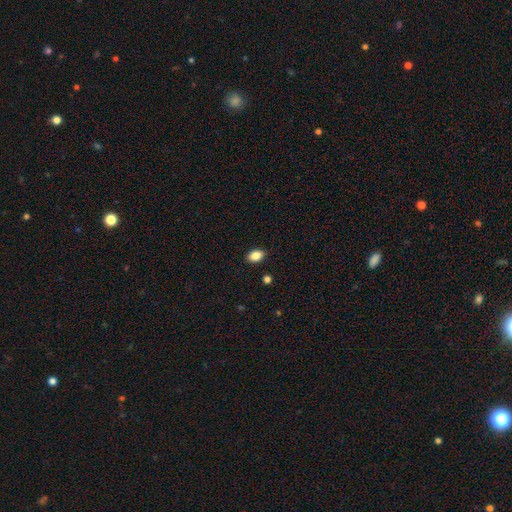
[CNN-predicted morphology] This is clearly a smooth galaxy (85%). How rounded: clearly in between (85%). Merging: clearly none (88%).